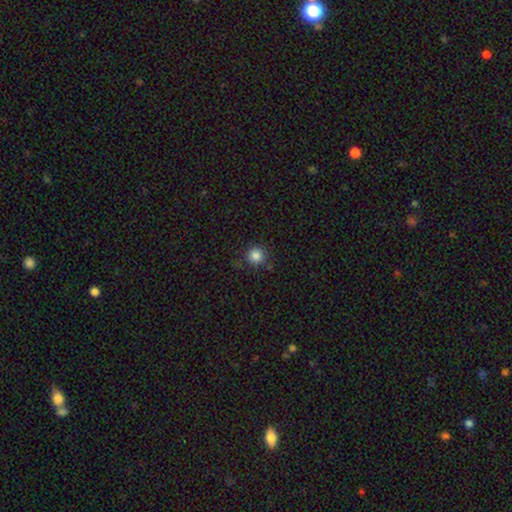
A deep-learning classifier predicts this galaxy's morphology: This appears to be a smooth galaxy with no disk features (85%) that is round (94%). Merging: none (83%).